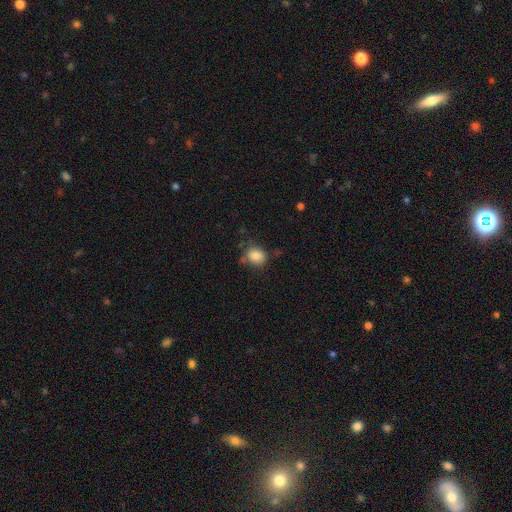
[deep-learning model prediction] Q: Smooth or featured?
A: smooth (83%); runner-up: star or artifact (10%)
Q: How rounded?
A: round (59%); runner-up: in between (40%)
Q: Merging?
A: none (67%); runner-up: minor disturbance (21%)